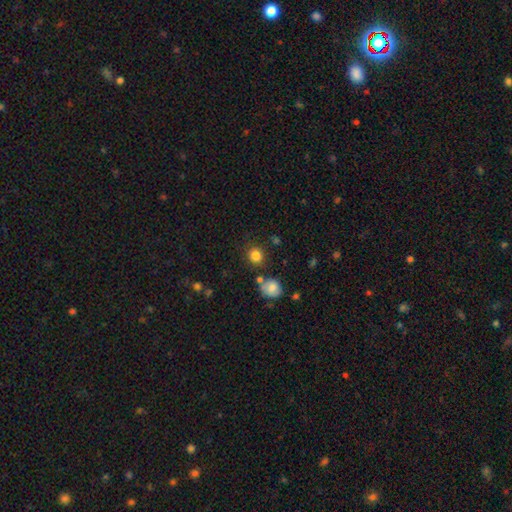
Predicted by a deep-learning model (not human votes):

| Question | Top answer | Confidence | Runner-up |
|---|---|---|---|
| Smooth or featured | smooth | 83% | star or artifact (12%) |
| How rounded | round | 85% | in between (14%) |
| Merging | none | 81% | minor disturbance (9%) |